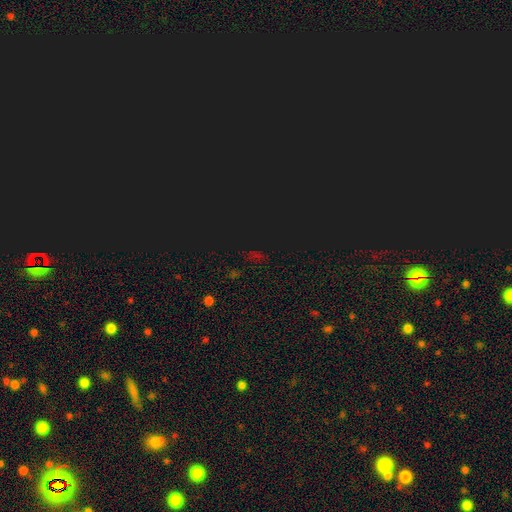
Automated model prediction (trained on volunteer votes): This is likely a star or artifact rather than a galaxy (72%).